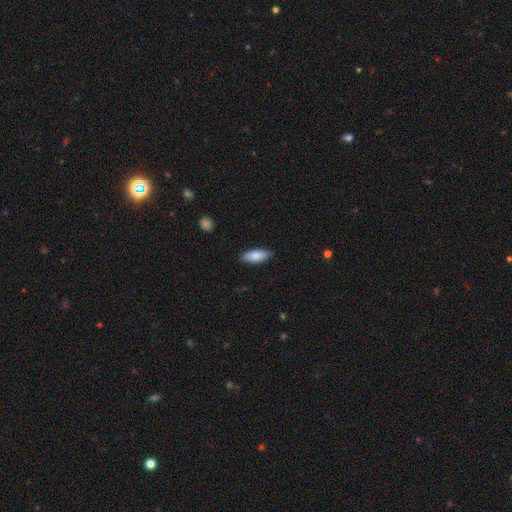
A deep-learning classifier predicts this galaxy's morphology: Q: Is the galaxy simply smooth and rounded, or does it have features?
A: smooth — 85%.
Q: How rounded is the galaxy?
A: in between — 71%.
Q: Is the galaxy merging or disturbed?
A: none — 84%.